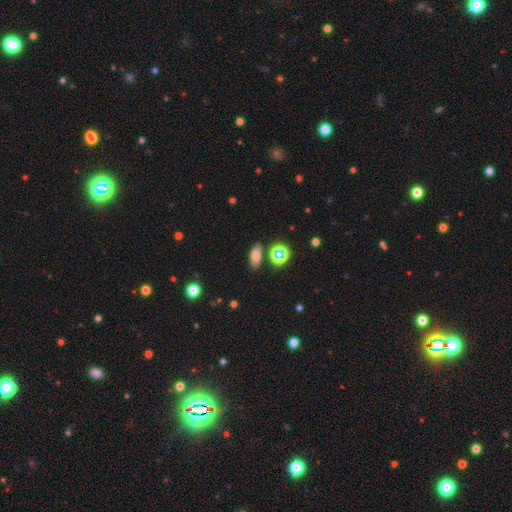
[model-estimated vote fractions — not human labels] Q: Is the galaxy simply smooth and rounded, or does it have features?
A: smooth — 68%.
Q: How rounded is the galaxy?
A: in between — 78%.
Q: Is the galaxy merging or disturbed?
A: none — 74%.